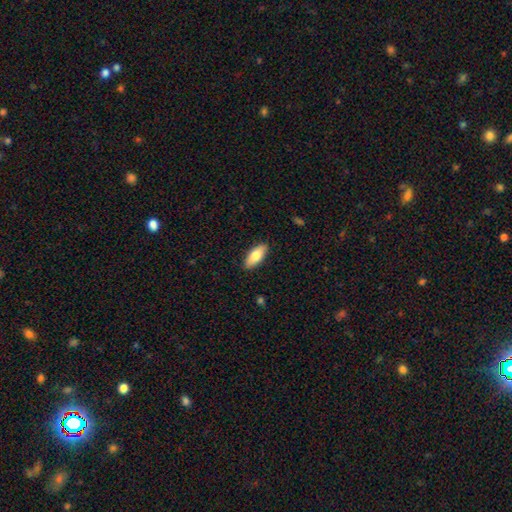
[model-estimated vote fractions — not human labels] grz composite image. It shows a smooth galaxy with no disk features (77%) that is in between round and cigar-shaped (81%). Merging: none (89%).